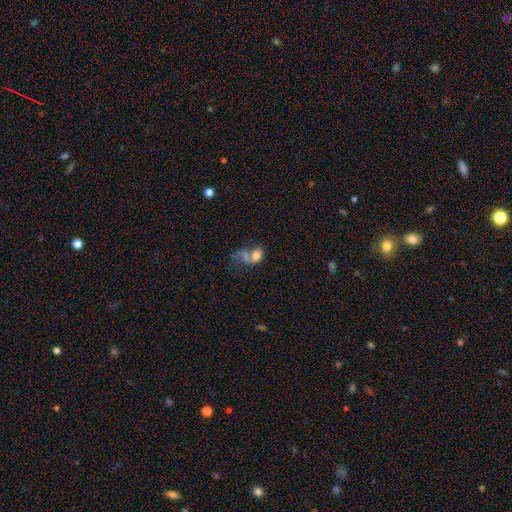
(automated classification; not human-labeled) Q: Smooth or featured?
A: smooth (66%); runner-up: featured or disk (22%)
Q: How rounded?
A: in between (59%); runner-up: round (40%)
Q: Merging?
A: merger (43%); runner-up: major disturbance (27%)